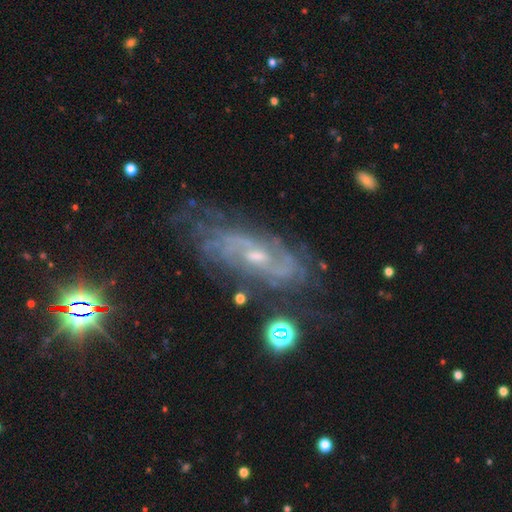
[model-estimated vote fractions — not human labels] Smooth or featured?
  - featured or disk: 84% *
  - star or artifact: 9%
  - smooth: 7%
Edge-on disk?
  - no: 90% *
  - yes: 10%
Bar?
  - no: 49% *
  - weak: 40%
  - strong: 11%
Spiral arms?
  - yes: 94% *
  - no: 6%
Spiral winding?
  - tight: 47% *
  - medium: 39%
  - loose: 14%
Spiral arm count?
  - 2: 45% *
  - can't tell: 33%
  - 3: 9%
  - 4: 5%
  - 1: 4%
  - more than 4: 4%
Bulge size?
  - small: 62% *
  - moderate: 33%
  - none: 2%
  - large: 1%
  - dominant: 1%
Merging?
  - none: 68% *
  - minor disturbance: 20%
  - major disturbance: 9%
  - merger: 3%